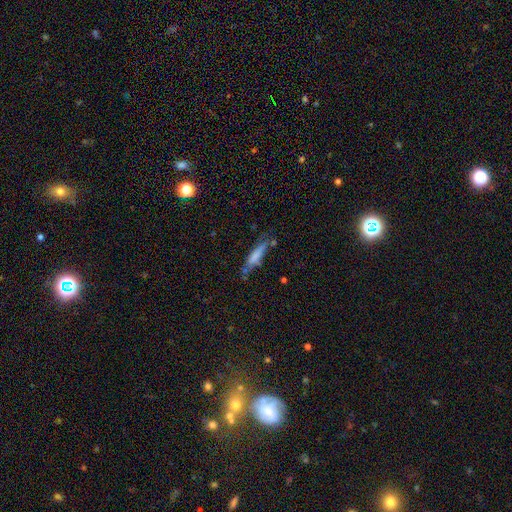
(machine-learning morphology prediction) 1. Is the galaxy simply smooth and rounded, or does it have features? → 69% smooth, 24% featured or disk, 8% star or artifact.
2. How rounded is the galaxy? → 82% cigar-shaped, 17% in between, 2% round.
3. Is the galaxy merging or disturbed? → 61% none, 24% minor disturbance, 8% merger, 7% major disturbance.